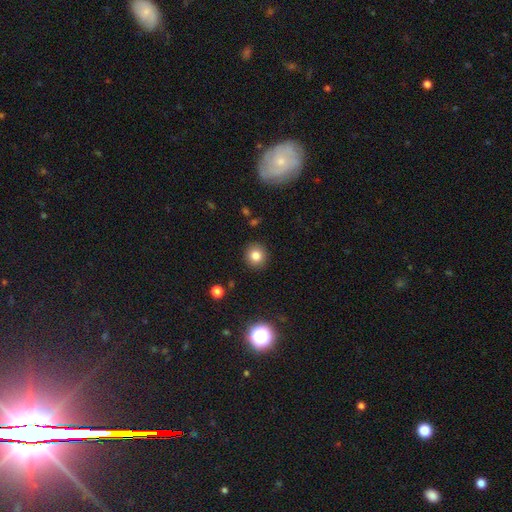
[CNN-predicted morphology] type=smooth (82%); roundness=round (90%); merging=none (90%).